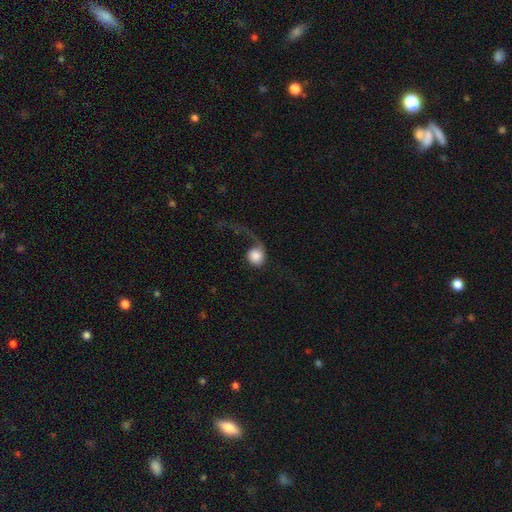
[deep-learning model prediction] This appears to be a smooth galaxy with no disk features (63%) that is round (85%). Merging: major disturbance (54%).